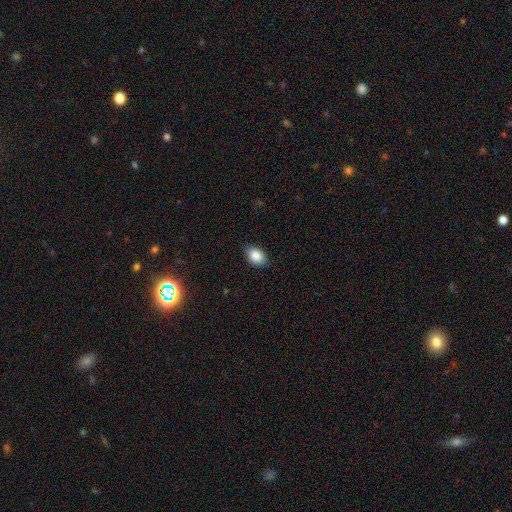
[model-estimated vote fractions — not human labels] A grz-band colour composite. It shows a smooth galaxy with no disk features (86%) that is in between round and cigar-shaped (80%). Merging: none (85%).